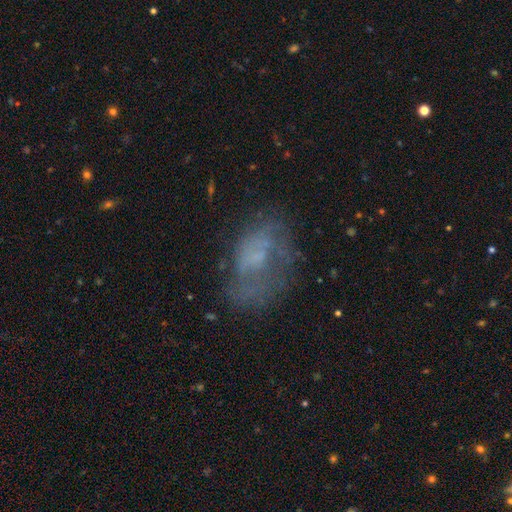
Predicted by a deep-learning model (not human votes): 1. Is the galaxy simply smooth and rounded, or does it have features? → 48% featured or disk, 37% smooth, 15% star or artifact.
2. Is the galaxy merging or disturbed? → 48% none, 26% major disturbance, 23% minor disturbance, 3% merger.